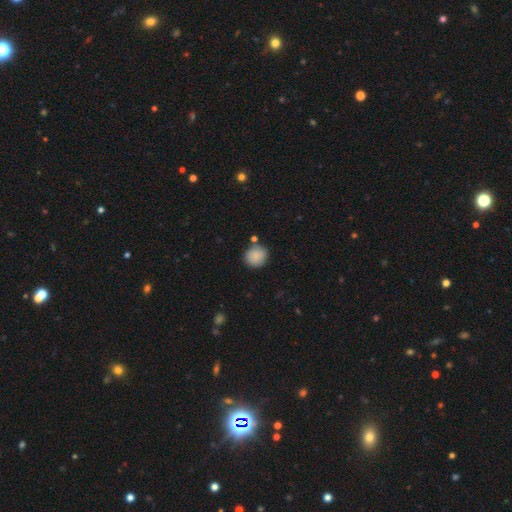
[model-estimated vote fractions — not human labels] A smooth galaxy with no disk features (88%) that is round (86%). Merging: none (80%).